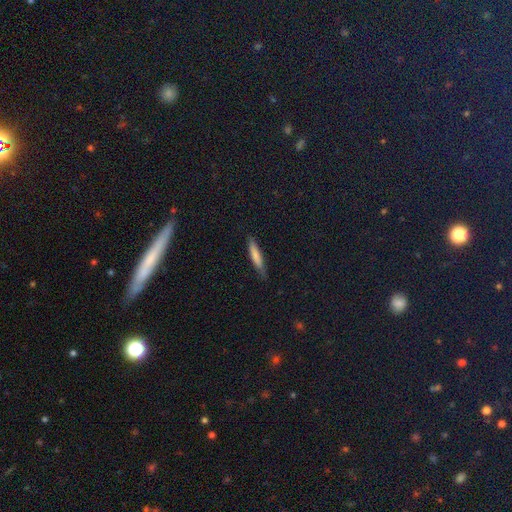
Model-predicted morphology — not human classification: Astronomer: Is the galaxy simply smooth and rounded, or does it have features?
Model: smooth — 74%.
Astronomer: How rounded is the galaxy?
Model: cigar-shaped — 90%.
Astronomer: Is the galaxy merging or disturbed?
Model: none — 80%.